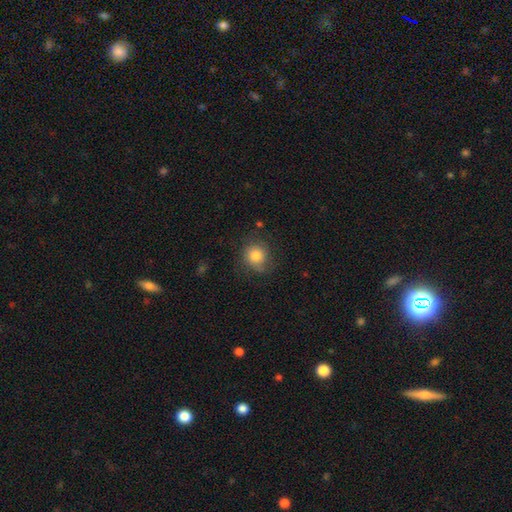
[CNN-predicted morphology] This is clearly a smooth galaxy (81%). How rounded: clearly round (85%). Merging: likely none (71%).